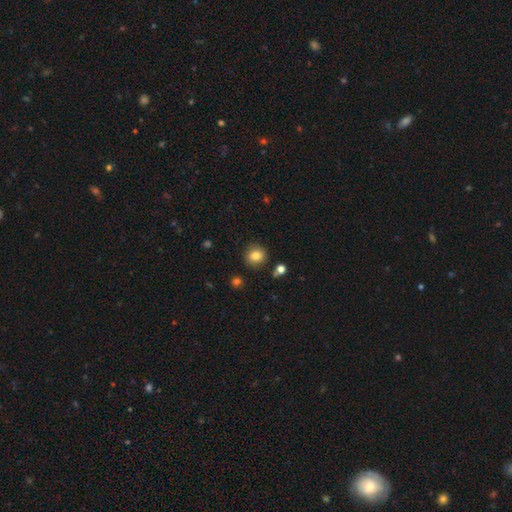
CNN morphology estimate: smooth 82%, star or artifact 11%, featured or disk 7%. Down the decision tree: how rounded — round (89%); merging — none (87%).